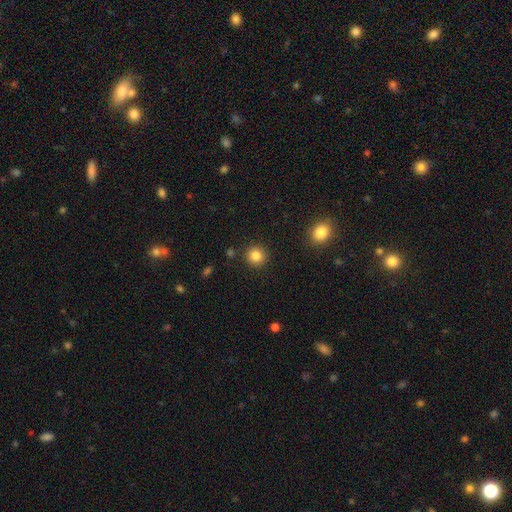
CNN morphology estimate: A smooth galaxy with no disk features (84%) that is round (93%).

Vote fractions:
- Smooth or featured? smooth: 84% / star or artifact: 11% / featured or disk: 5%
- How rounded? round: 93% / in between: 6% / cigar-shaped: 1%
- Merging? none: 90% / minor disturbance: 6% / major disturbance: 2% / merger: 2%